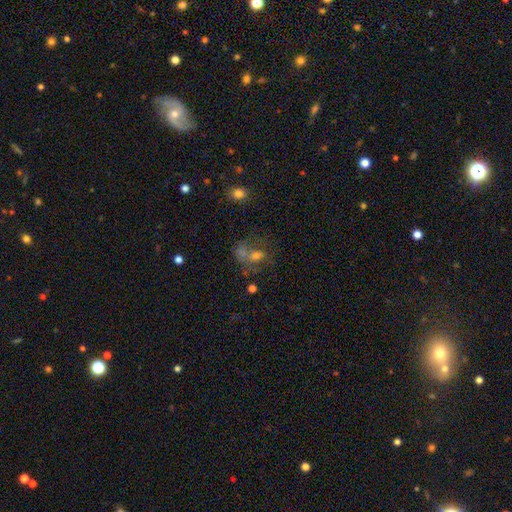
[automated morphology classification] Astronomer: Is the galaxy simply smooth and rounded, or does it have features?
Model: smooth — 40% (runner-up: featured or disk, 38%).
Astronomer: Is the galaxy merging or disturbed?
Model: merger — 37% (runner-up: none, 31%).